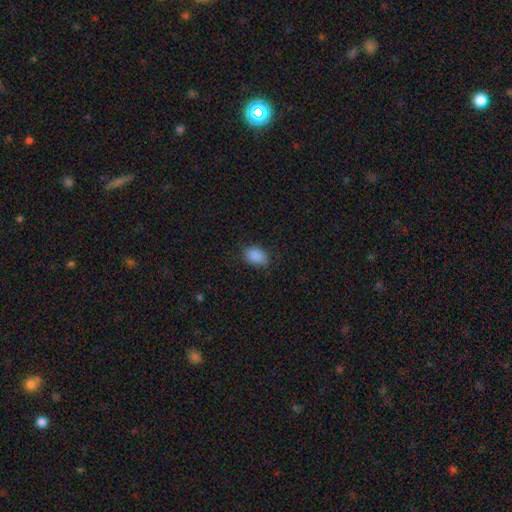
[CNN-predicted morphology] Q: Smooth or featured?
A: smooth (88%); runner-up: star or artifact (8%)
Q: How rounded?
A: in between (87%); runner-up: round (11%)
Q: Merging?
A: none (80%); runner-up: minor disturbance (16%)